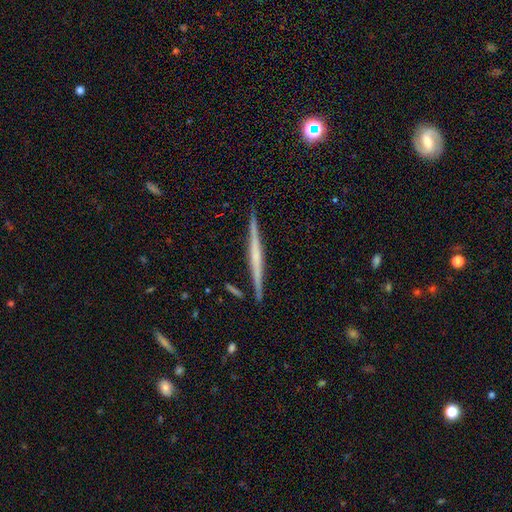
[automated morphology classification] Overall: featured or disk (66%; smooth 28%). Edge-on disk: yes (98%). Edge-on bulge: none (67%). Merging: none (91%).